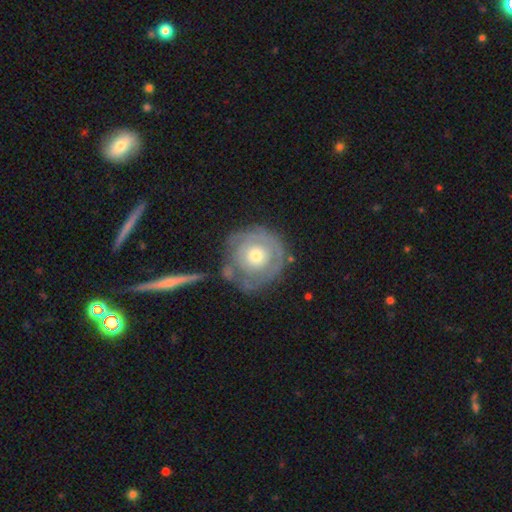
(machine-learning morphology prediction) Overall: featured or disk (59%; smooth 35%). Edge-on disk: no (96%). Bar: no (89%). Spiral arms: no (53%; yes 47%). Bulge size: moderate (63%; small 26%). Merging: none (59%; minor disturbance 20%).